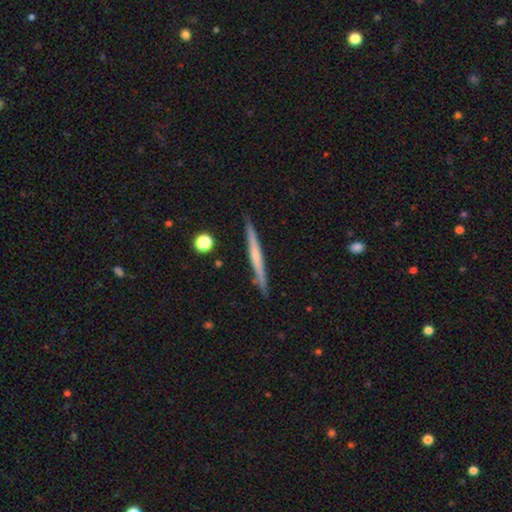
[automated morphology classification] This appears to be a featured or disk galaxy (56%) viewed edge-on (97%) with no central bulge (64%). Merging: none (90%).